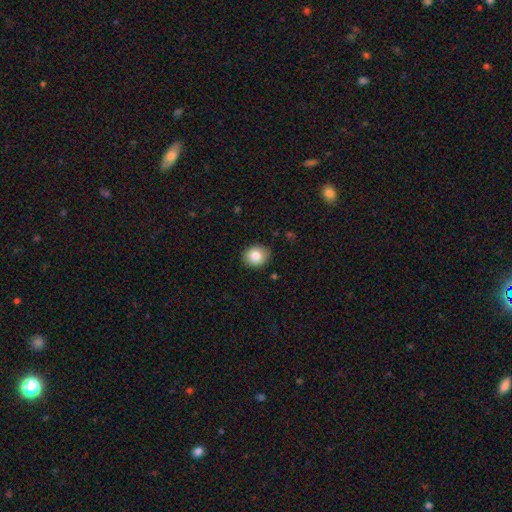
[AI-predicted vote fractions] The model was most divided on "how rounded": round: 72%, in between: 27%, cigar-shaped: 1%. More confident: merging — none (89%); smooth or featured — smooth (83%).